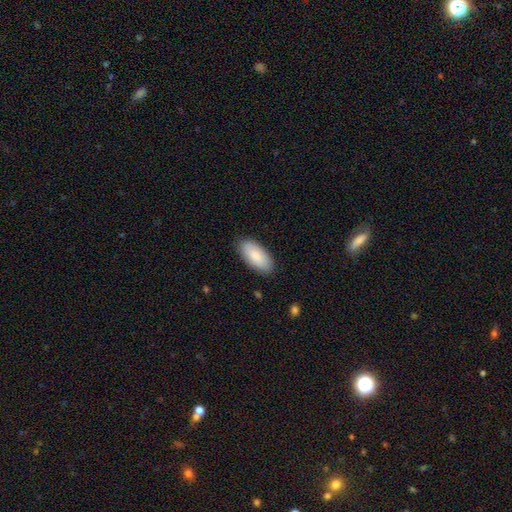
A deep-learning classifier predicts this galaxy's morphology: Smooth or featured?
  - smooth: 86% *
  - featured or disk: 8%
  - star or artifact: 5%
How rounded?
  - in between: 91% *
  - cigar-shaped: 8%
  - round: 2%
Merging?
  - none: 87% *
  - minor disturbance: 10%
  - major disturbance: 2%
  - merger: 1%